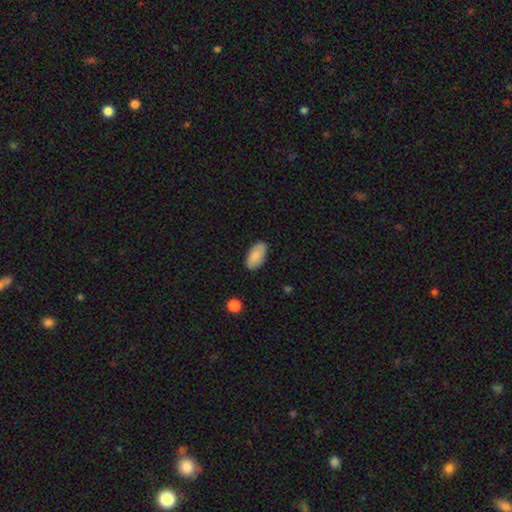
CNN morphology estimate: smooth_or_featured: smooth (p=0.87) [alt: featured or disk p=0.07]
how_rounded: in between (p=0.93) [alt: cigar-shaped p=0.05]
merging: none (p=0.85) [alt: minor disturbance p=0.12]